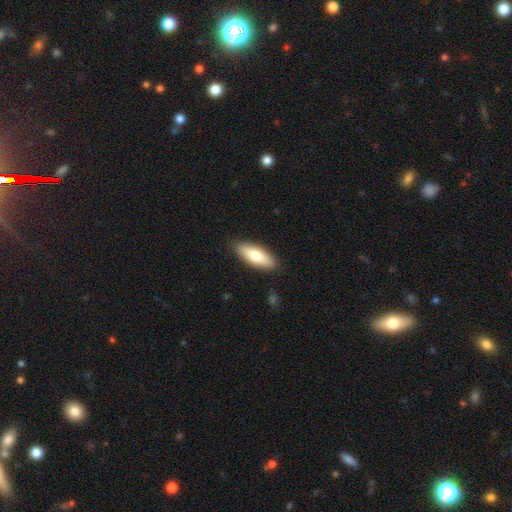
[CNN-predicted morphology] smooth-or-featured: smooth: 74% | featured or disk: 20% | star or artifact: 6%
  how-rounded: in between: 66% | cigar-shaped: 32% | round: 2%
  merging: none: 88% | minor disturbance: 9% | major disturbance: 2% | merger: 1%